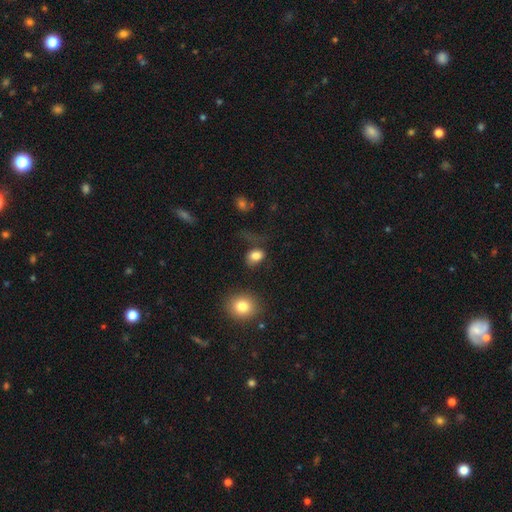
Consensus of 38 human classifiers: Overall: smooth (89%). How rounded: in between (53%; round 47%). Merging: none (54%; minor disturbance 31%).